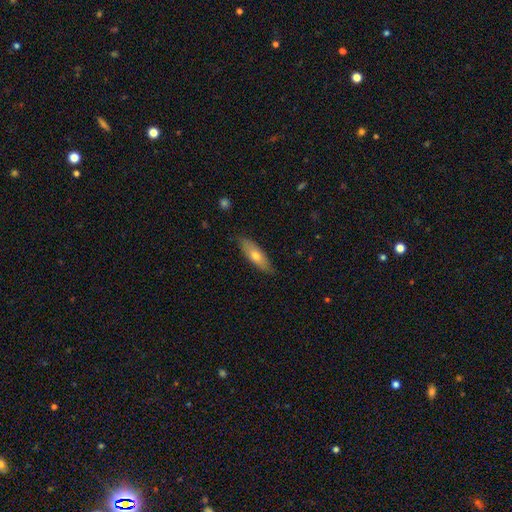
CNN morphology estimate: smooth-or-featured: smooth: 62% | featured or disk: 32% | star or artifact: 6%
  how-rounded: in between: 53% | cigar-shaped: 45% | round: 2%
  merging: none: 82% | minor disturbance: 14% | major disturbance: 2% | merger: 1%